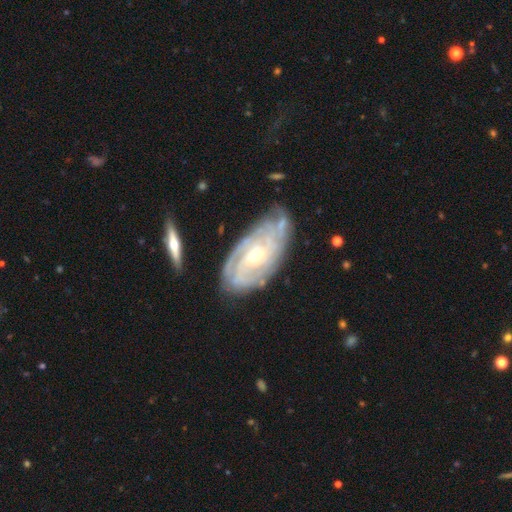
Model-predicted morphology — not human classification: Overall: featured or disk (84%). Edge-on disk: no (93%). Bar: no (58%; weak 34%). Spiral arms: yes (92%). Spiral arm count: can't tell (46%; 3 16%). Spiral winding: tight (72%). Bulge size: small (51%; moderate 45%). Merging: none (65%).